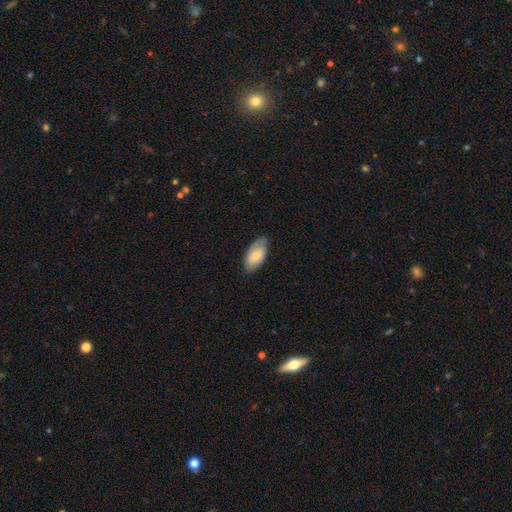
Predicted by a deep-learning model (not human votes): Smooth or featured?
  - smooth: 72% *
  - featured or disk: 22%
  - star or artifact: 6%
How rounded?
  - in between: 94% *
  - cigar-shaped: 3%
  - round: 3%
Merging?
  - none: 75% *
  - minor disturbance: 20%
  - major disturbance: 4%
  - merger: 1%